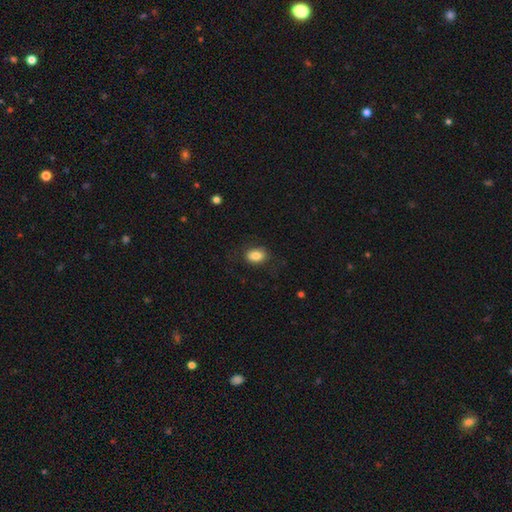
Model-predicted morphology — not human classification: Q: Smooth or featured?
A: smooth (84%); runner-up: star or artifact (8%)
Q: How rounded?
A: in between (80%); runner-up: round (19%)
Q: Merging?
A: none (79%); runner-up: minor disturbance (15%)